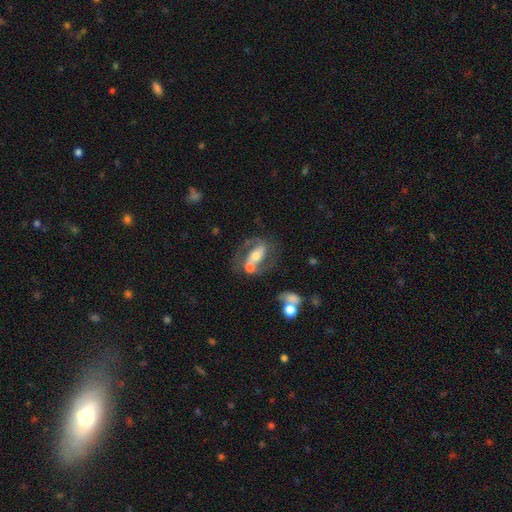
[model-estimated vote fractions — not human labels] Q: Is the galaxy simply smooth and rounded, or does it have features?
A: featured or disk — 71%.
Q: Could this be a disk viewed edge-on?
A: no — 94%.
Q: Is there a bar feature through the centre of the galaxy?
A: strong — 36%.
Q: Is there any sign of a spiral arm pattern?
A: yes — 80%.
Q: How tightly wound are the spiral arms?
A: medium — 49%.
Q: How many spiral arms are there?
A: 2 — 83%.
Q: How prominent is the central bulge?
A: moderate — 56%.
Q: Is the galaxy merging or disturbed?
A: none — 42%.